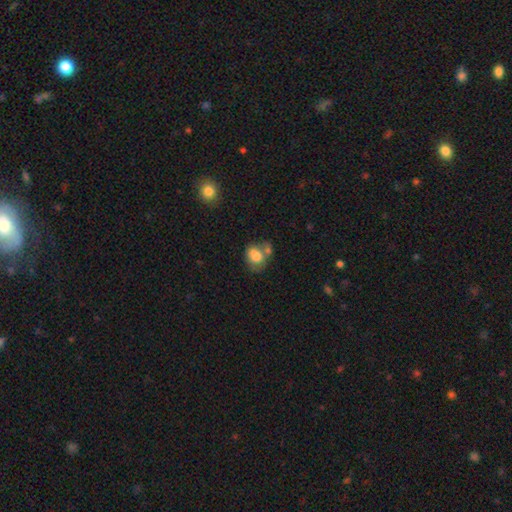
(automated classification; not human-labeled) The model was most divided on "merging": merger: 39%, none: 31%, minor disturbance: 18%, major disturbance: 11%. More confident: smooth or featured — smooth (74%); how rounded — in between (64%).